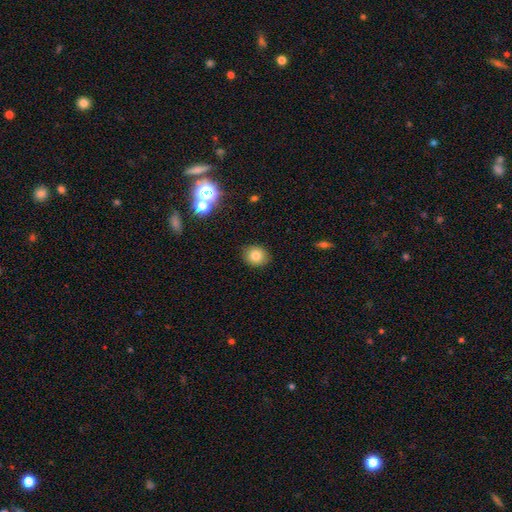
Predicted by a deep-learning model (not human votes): Overall: smooth (79%). How rounded: round (72%). Merging: none (88%).